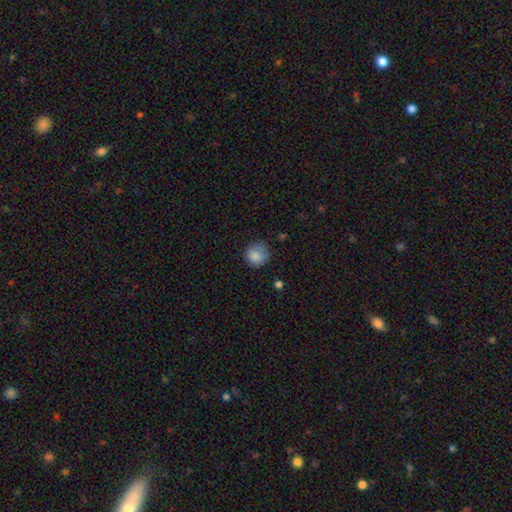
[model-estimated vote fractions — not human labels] Smooth or featured?
  - smooth: 85% *
  - star or artifact: 9%
  - featured or disk: 6%
How rounded?
  - round: 89% *
  - in between: 10%
  - cigar-shaped: 1%
Merging?
  - none: 70% *
  - minor disturbance: 22%
  - major disturbance: 6%
  - merger: 2%